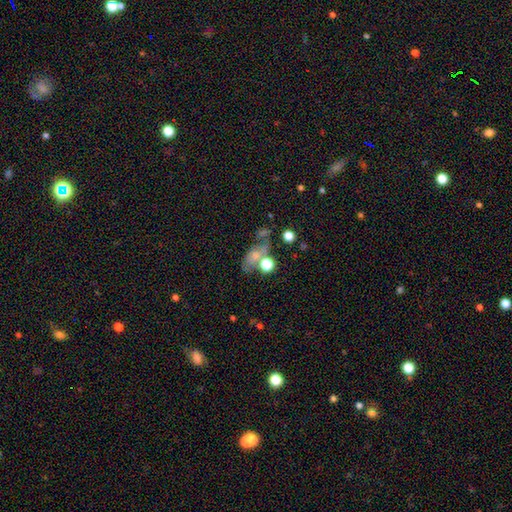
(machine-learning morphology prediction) A smooth galaxy with no disk features (53%) that is in between round and cigar-shaped (69%). Merging: none (34%).